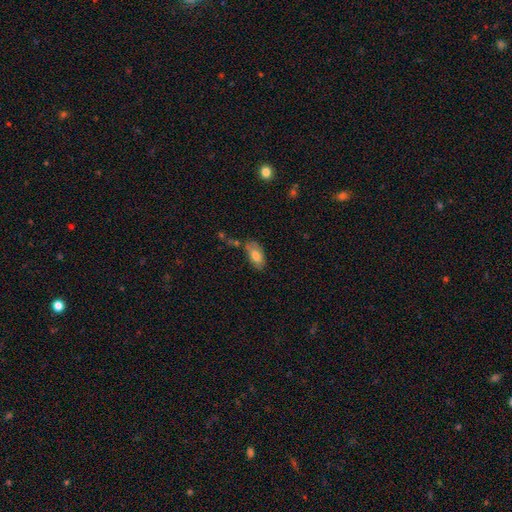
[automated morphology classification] smooth_or_featured: smooth (p=0.75) [alt: featured or disk p=0.18]
how_rounded: in between (p=0.91) [alt: cigar-shaped p=0.06]
merging: none (p=0.63) [alt: minor disturbance p=0.22]